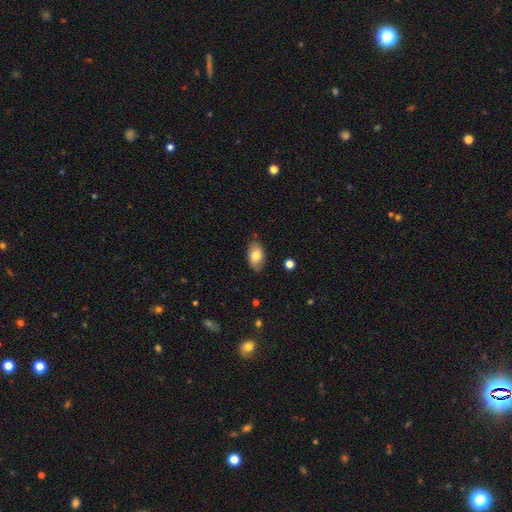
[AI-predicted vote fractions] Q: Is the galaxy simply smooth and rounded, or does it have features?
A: smooth — 78%.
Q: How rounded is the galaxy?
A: in between — 92%.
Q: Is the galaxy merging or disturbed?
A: none — 83%.